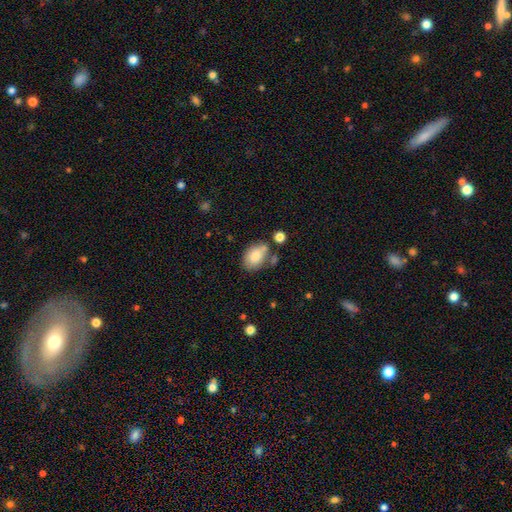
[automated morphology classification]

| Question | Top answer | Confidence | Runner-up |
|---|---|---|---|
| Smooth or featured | smooth | 81% | featured or disk (12%) |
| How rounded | in between | 84% | round (15%) |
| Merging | none | 62% | minor disturbance (20%) |